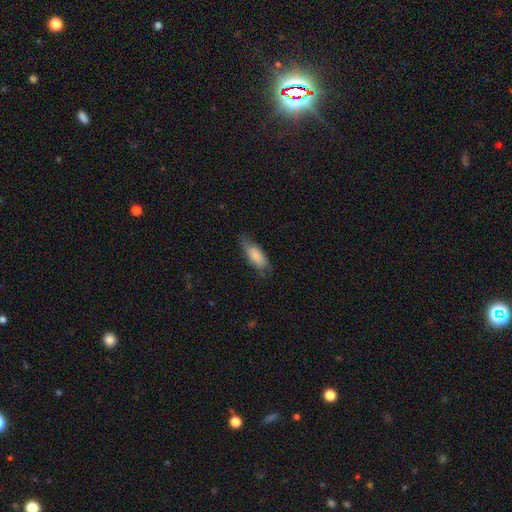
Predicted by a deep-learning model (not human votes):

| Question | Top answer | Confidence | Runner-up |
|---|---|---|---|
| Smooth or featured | smooth | 80% | featured or disk (14%) |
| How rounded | in between | 78% | cigar-shaped (20%) |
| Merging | none | 60% | minor disturbance (30%) |